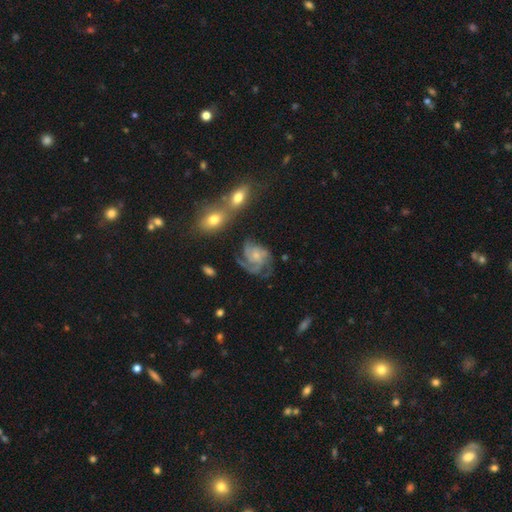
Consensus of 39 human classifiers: Volunteers were most divided on "spiral winding" (2-way tie): tight: 47%, medium: 47%, loose: 5%. Remaining: edge-on disk — no (100%); spiral arms — yes (100%); smooth or featured — featured or disk (97%); bar — no (79%); merging — none (69%); bulge size — small (50%); spiral arm count — 3 (45%).